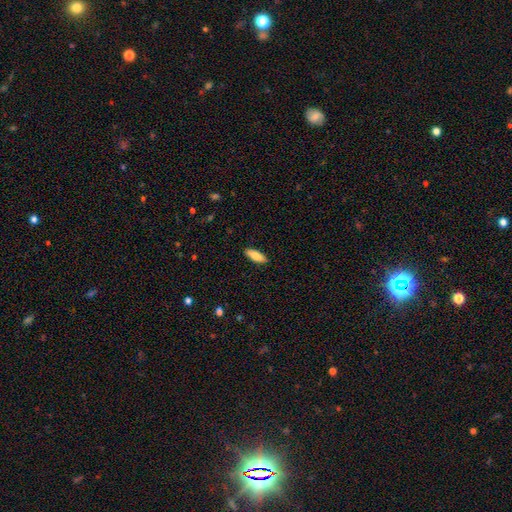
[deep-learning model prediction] Smooth or featured: smooth — 80% (featured or disk — 14%)
How rounded: in between — 65% (cigar-shaped — 33%)
Merging: none — 90% (minor disturbance — 7%)